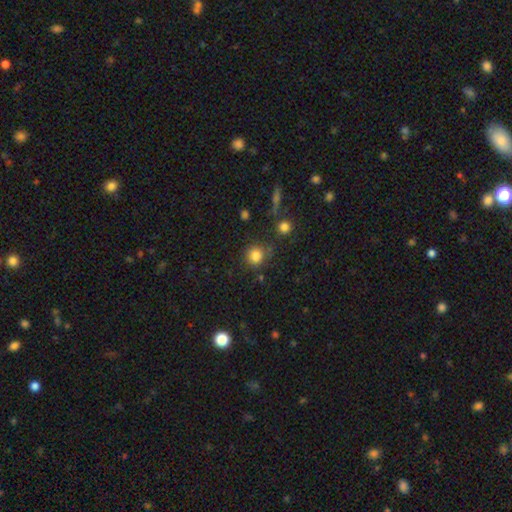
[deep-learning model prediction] Smooth or featured?
  - smooth: 82% *
  - star or artifact: 12%
  - featured or disk: 5%
How rounded?
  - round: 87% *
  - in between: 11%
  - cigar-shaped: 1%
Merging?
  - none: 76% *
  - minor disturbance: 13%
  - merger: 7%
  - major disturbance: 5%